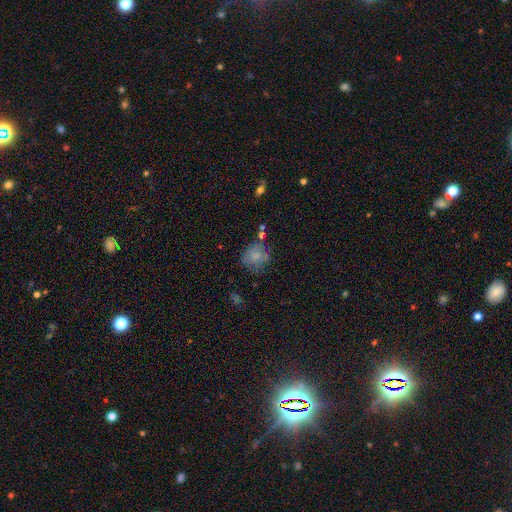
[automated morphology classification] Q: Smooth or featured?
A: smooth (70%); runner-up: featured or disk (19%)
Q: How rounded?
A: round (74%); runner-up: in between (25%)
Q: Merging?
A: none (57%); runner-up: minor disturbance (23%)